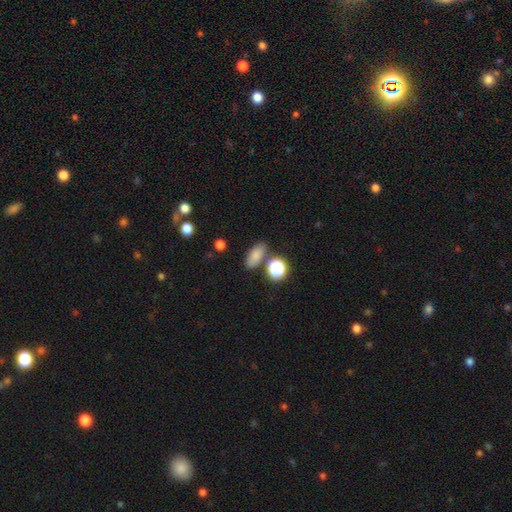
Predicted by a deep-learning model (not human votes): A smooth galaxy with no disk features (79%) that is in between round and cigar-shaped (79%).

Vote fractions:
- Smooth or featured? smooth: 79% / star or artifact: 13% / featured or disk: 8%
- How rounded? in between: 79% / round: 12% / cigar-shaped: 9%
- Merging? none: 75% / minor disturbance: 13% / merger: 9% / major disturbance: 4%